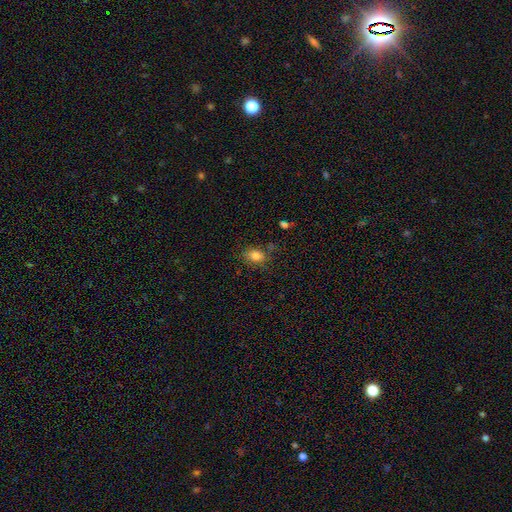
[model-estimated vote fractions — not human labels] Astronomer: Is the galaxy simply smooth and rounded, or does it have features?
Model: smooth — 82%.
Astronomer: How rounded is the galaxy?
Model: in between — 75%.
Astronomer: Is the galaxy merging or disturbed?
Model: none — 75%.